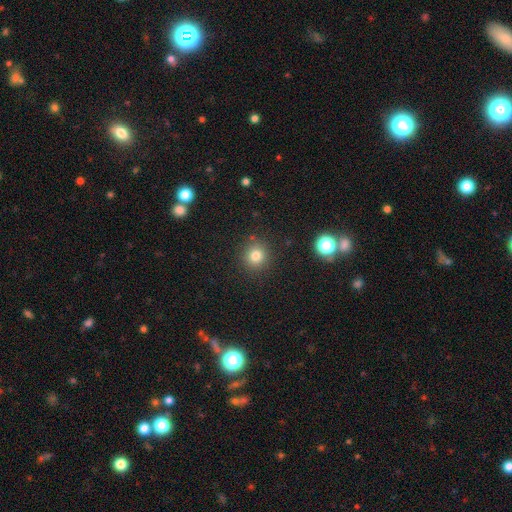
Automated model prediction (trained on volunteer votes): Smooth or featured: smooth — 79% (star or artifact — 14%)
How rounded: round — 91% (in between — 8%)
Merging: none — 87% (minor disturbance — 8%)